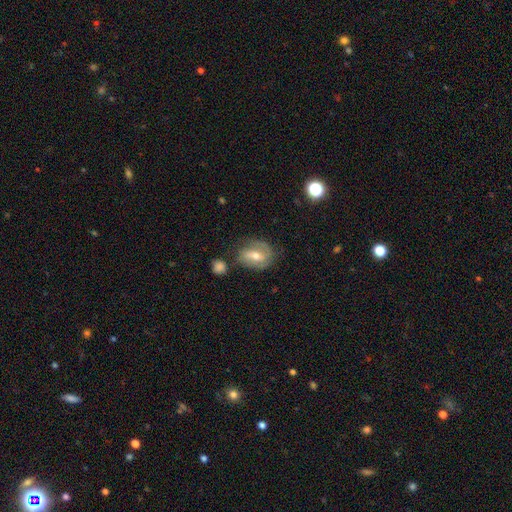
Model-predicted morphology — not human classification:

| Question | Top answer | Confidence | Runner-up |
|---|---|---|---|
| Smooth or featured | featured or disk | 58% | smooth (34%) |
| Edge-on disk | no | 95% | yes (5%) |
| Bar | weak | 44% | strong (33%) |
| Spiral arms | yes | 76% | no (24%) |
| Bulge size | moderate | 64% | small (31%) |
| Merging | none | 63% | minor disturbance (23%) |